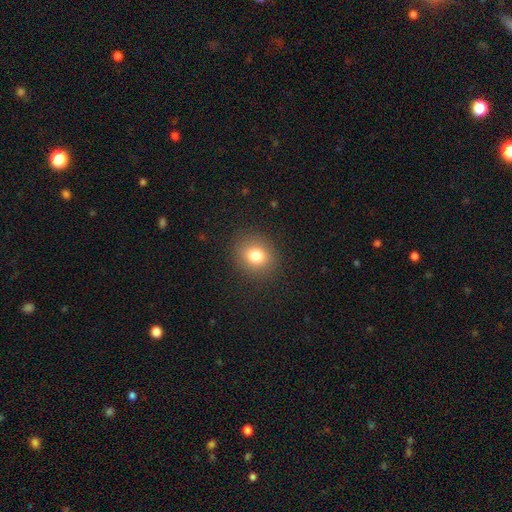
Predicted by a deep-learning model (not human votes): This appears to be a smooth galaxy with no disk features (79%) that is round (71%). Merging: none (88%).